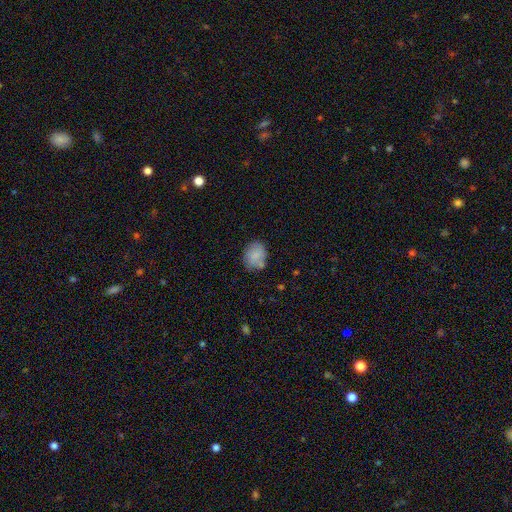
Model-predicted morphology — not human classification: smooth 82%, featured or disk 10%, star or artifact 8%. Down the decision tree: how rounded — in between (51%); merging — none (65%).